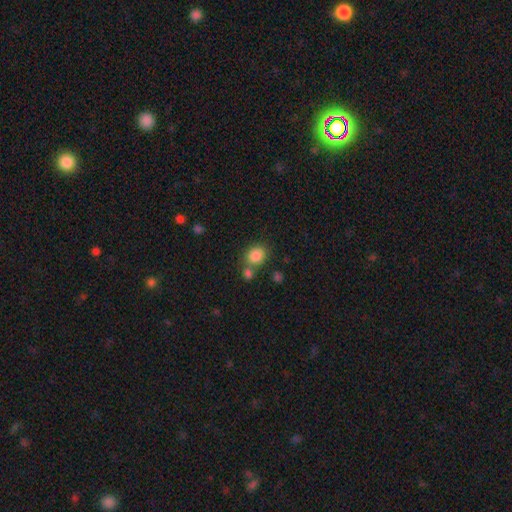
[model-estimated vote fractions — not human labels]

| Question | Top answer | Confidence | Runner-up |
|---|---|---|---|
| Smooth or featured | smooth | 85% | star or artifact (10%) |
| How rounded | round | 61% | in between (38%) |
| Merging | none | 61% | merger (23%) |